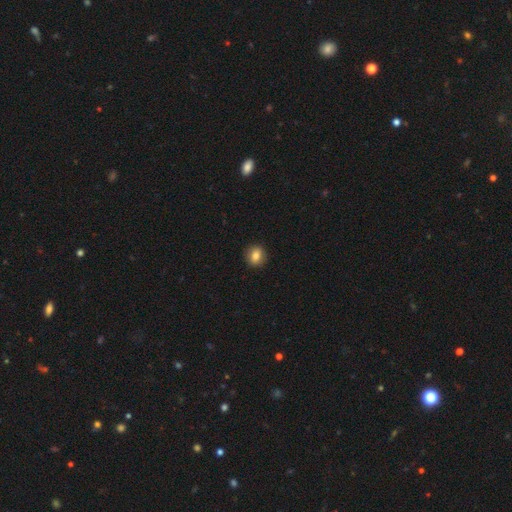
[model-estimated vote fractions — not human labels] Morphology: type=smooth (81%); roundness=round (76%); merging=none (90%).